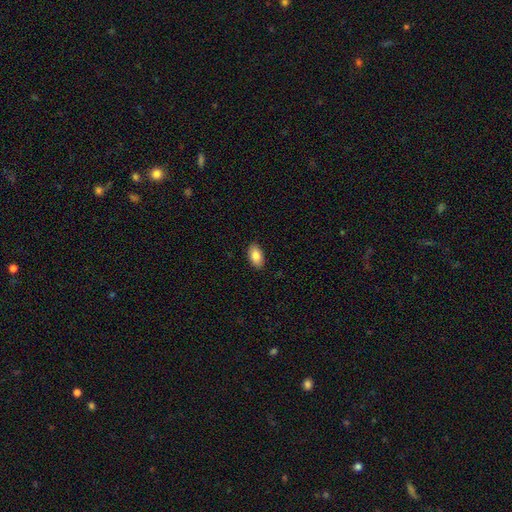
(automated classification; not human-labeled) Smooth or featured? smooth (84%)
How rounded? in between (93%)
Merging? none (89%)